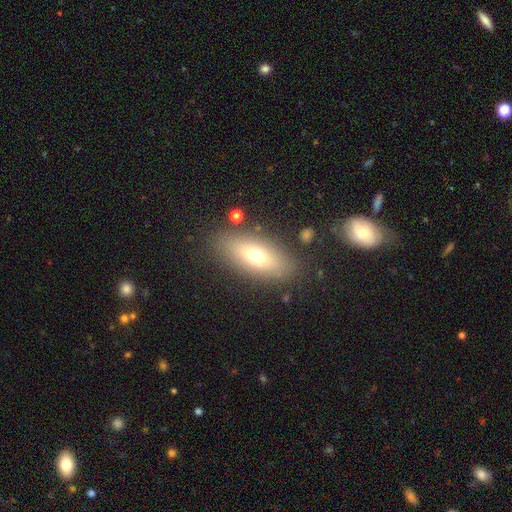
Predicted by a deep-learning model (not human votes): smooth 65%, featured or disk 25%, star or artifact 9%. Down the decision tree: how rounded — in between (75%); merging — none (82%).